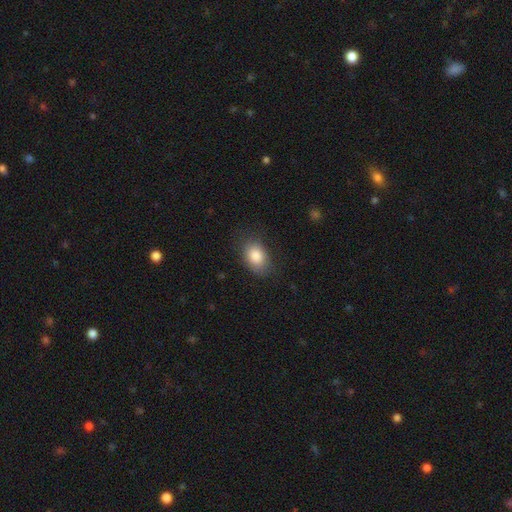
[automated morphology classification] Smooth or featured? smooth (84%)
How rounded? in between (80%)
Merging? none (78%)